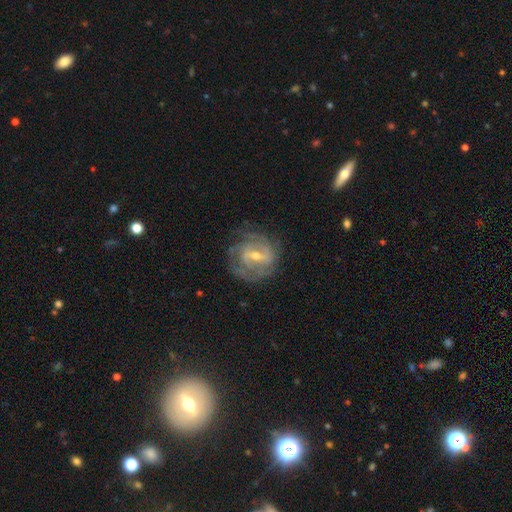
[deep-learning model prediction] Smooth or featured?
  - featured or disk: 82% *
  - smooth: 12%
  - star or artifact: 6%
Edge-on disk?
  - no: 96% *
  - yes: 4%
Bar?
  - weak: 49% *
  - strong: 34%
  - no: 17%
Spiral arms?
  - yes: 88% *
  - no: 12%
Spiral winding?
  - tight: 55% *
  - medium: 34%
  - loose: 11%
Spiral arm count?
  - can't tell: 35% * (tied)
  - 2: 35% * (tied)
  - 3: 17%
  - 4: 6%
  - 1: 4%
  - more than 4: 3%
Bulge size?
  - moderate: 54% *
  - small: 42%
  - large: 2%
  - none: 2%
  - dominant: 1%
Merging?
  - none: 69% *
  - minor disturbance: 19%
  - major disturbance: 11%
  - merger: 1%